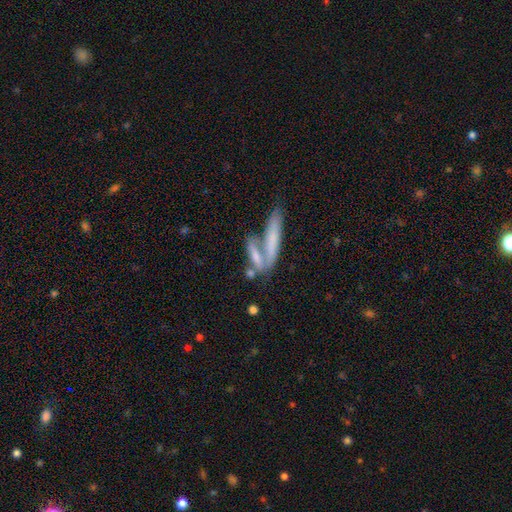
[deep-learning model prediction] Smooth or featured? smooth (61%)
How rounded? cigar-shaped (72%)
Merging? merger (46%)